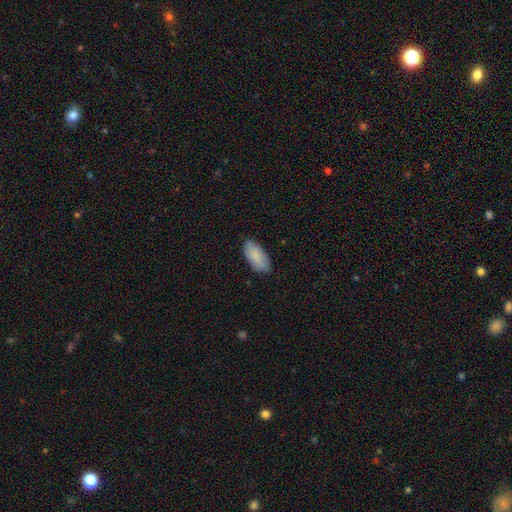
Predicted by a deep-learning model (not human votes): This is clearly a smooth galaxy (86%). How rounded: clearly in between (92%). Merging: clearly none (81%).